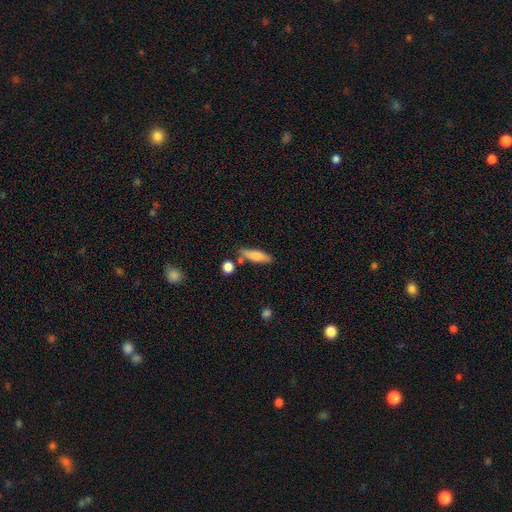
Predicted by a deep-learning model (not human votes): This is clearly a smooth galaxy (80%). How rounded: possibly cigar-shaped (55%). Merging: likely none (73%).